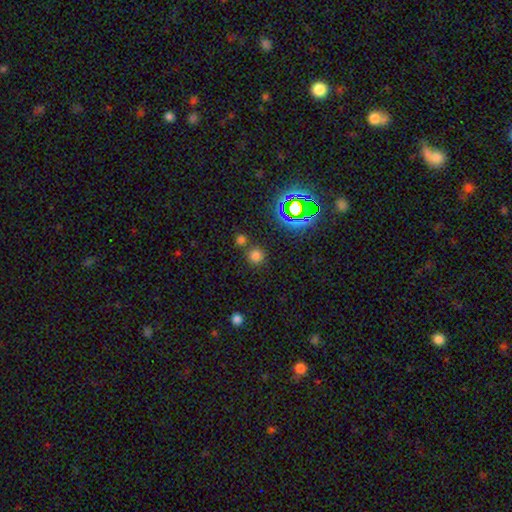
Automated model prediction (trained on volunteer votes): smooth_or_featured: smooth (p=0.70) [alt: star or artifact p=0.24]
how_rounded: round (p=0.92) [alt: in between p=0.07]
merging: none (p=0.75) [alt: merger p=0.14]